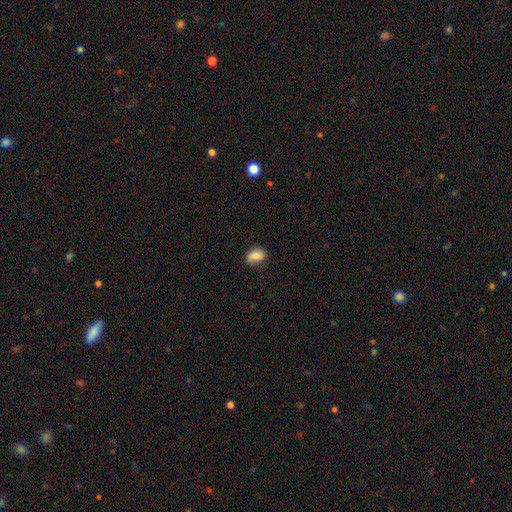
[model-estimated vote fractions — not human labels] smooth 82%, featured or disk 10%, star or artifact 8%. Down the decision tree: how rounded — in between (77%); merging — none (72%).